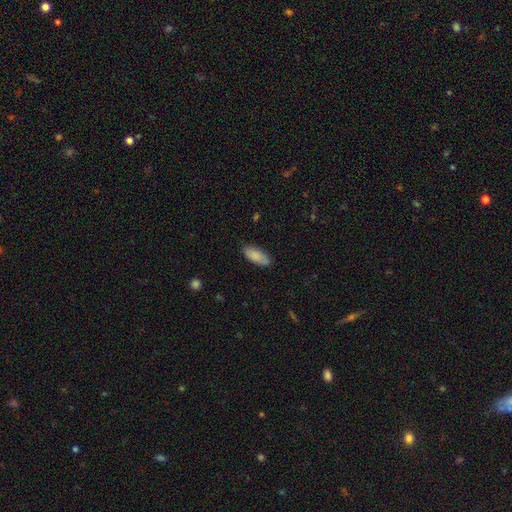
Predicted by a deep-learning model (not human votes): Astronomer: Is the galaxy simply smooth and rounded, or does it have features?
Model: smooth — 86%.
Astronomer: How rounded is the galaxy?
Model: in between — 82%.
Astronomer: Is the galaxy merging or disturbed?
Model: none — 82%.